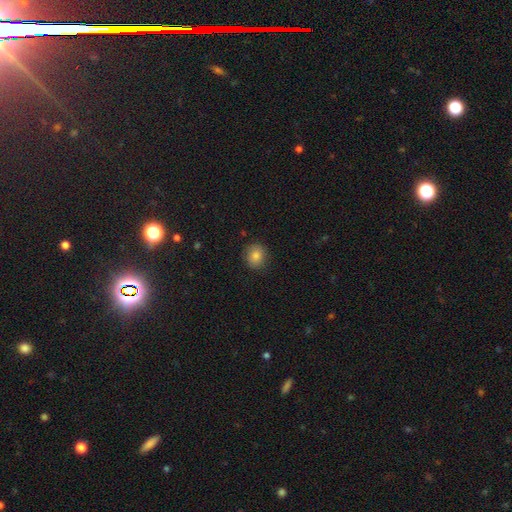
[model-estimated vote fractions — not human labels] The model was most divided on "how rounded": round: 81%, in between: 18%, cigar-shaped: 1%. More confident: merging — none (86%); smooth or featured — smooth (82%).